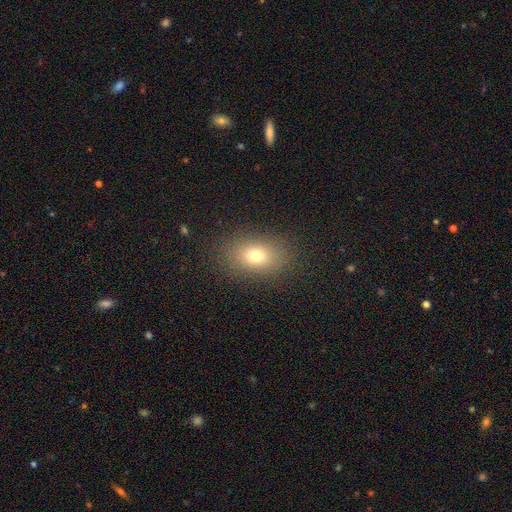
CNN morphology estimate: Overall: smooth (74%). How rounded: in between (76%). Merging: none (86%).